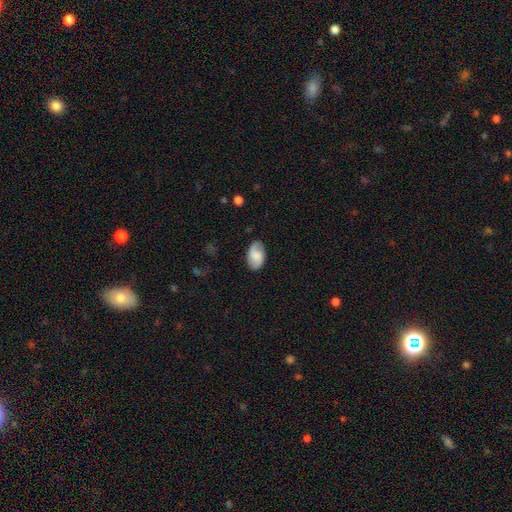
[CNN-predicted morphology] A smooth galaxy with no disk features (55%) that is in between round and cigar-shaped (92%). Merging: none (77%).